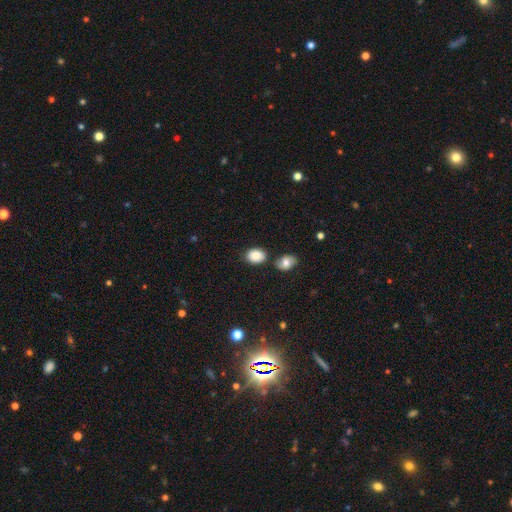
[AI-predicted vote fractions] Smooth or featured? Predicted: smooth (p=0.87). How rounded? Predicted: in between (p=0.68). Merging? Predicted: none (p=0.70).